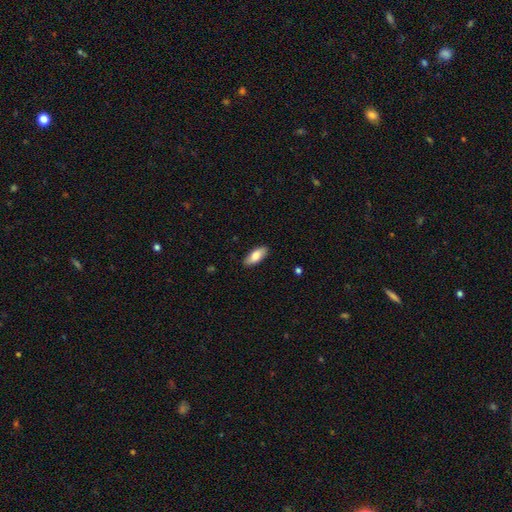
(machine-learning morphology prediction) smooth 81%, featured or disk 13%, star or artifact 6%. Down the decision tree: how rounded — in between (80%); merging — none (87%).